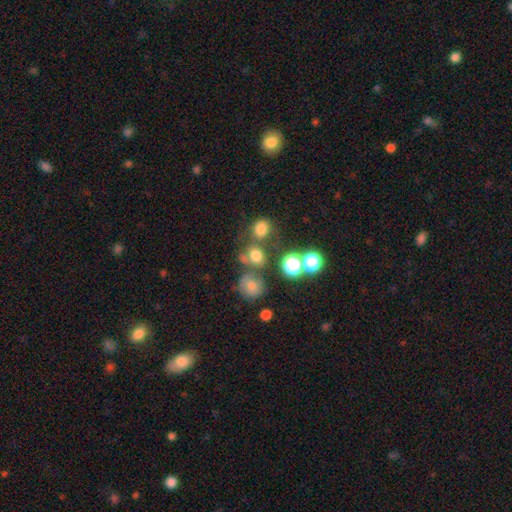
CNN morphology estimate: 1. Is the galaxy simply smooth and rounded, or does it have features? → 69% smooth, 20% star or artifact, 11% featured or disk.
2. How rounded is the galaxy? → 65% round, 33% in between, 1% cigar-shaped.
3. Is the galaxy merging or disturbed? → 51% none, 29% merger, 13% minor disturbance, 7% major disturbance.